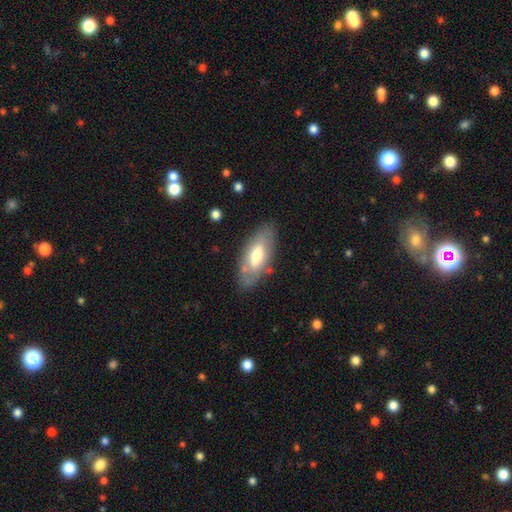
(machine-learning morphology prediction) Smooth or featured? Predicted: smooth (p=0.51). How rounded? Predicted: in between (p=0.81). Merging? Predicted: none (p=0.78).